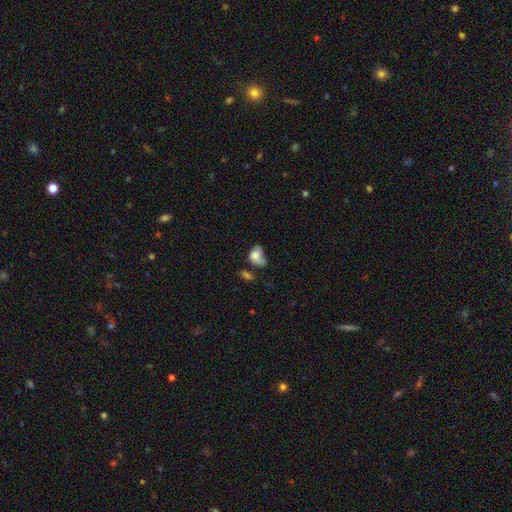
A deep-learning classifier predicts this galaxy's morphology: smooth 70%, featured or disk 20%, star or artifact 10%. Down the decision tree: how rounded — in between (74%); merging — major disturbance (33%).